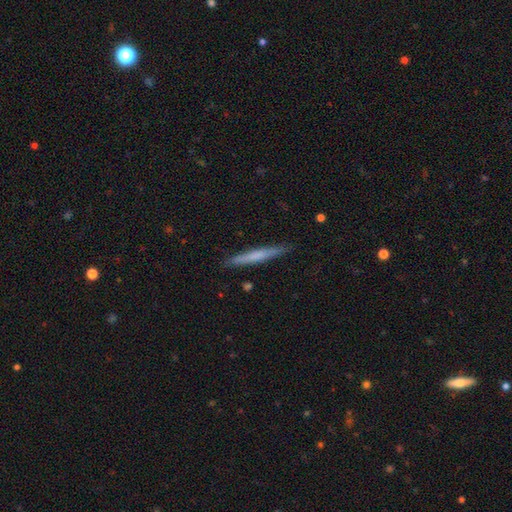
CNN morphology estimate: Overall: smooth (53%; featured or disk 41%). How rounded: cigar-shaped (96%). Merging: none (90%).